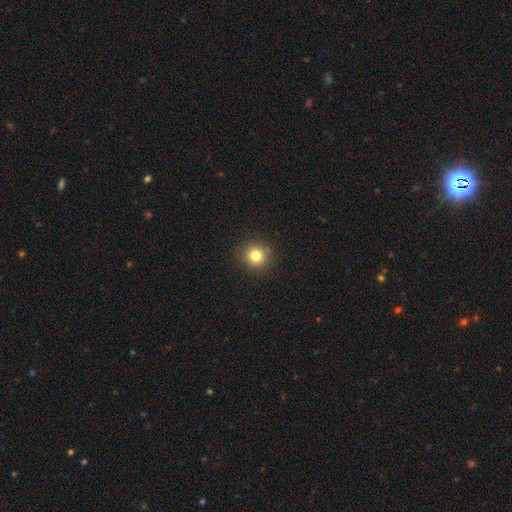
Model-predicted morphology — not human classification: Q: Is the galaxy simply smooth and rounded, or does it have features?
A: smooth — 80%.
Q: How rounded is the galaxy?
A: round — 93%.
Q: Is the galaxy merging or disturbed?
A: none — 91%.